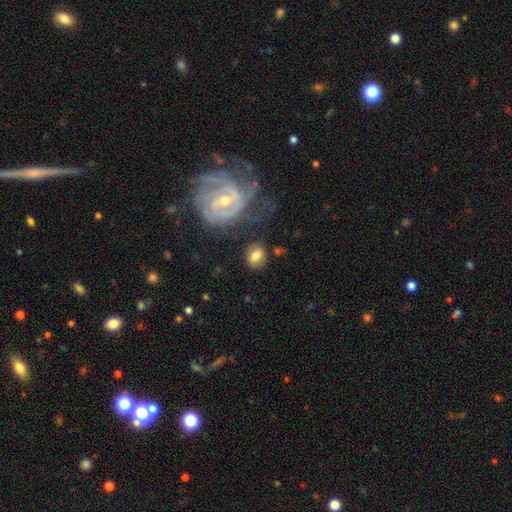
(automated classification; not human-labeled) smooth-or-featured: smooth: 70% | featured or disk: 23% | star or artifact: 7%
  how-rounded: in between: 50% | round: 48% | cigar-shaped: 1%
  merging: none: 72% | minor disturbance: 15% | merger: 7% | major disturbance: 7%